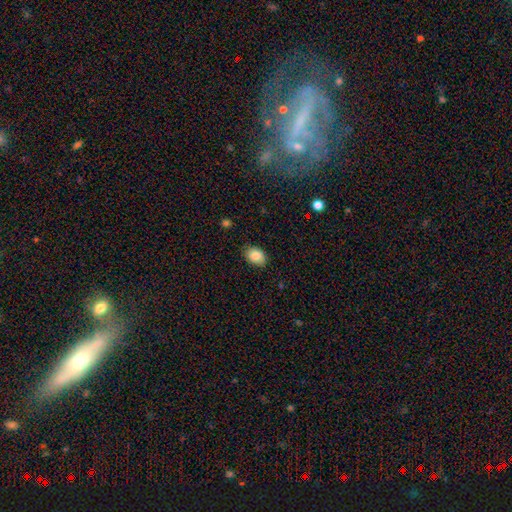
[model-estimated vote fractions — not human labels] Overall: smooth (85%). How rounded: in between (80%). Merging: none (82%).